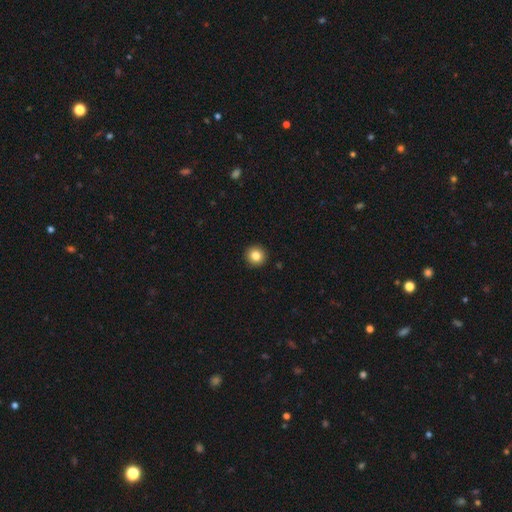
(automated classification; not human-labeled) smooth_or_featured: smooth (p=0.83) [alt: star or artifact p=0.10]
how_rounded: round (p=0.95) [alt: in between p=0.04]
merging: none (p=0.93) [alt: minor disturbance p=0.04]